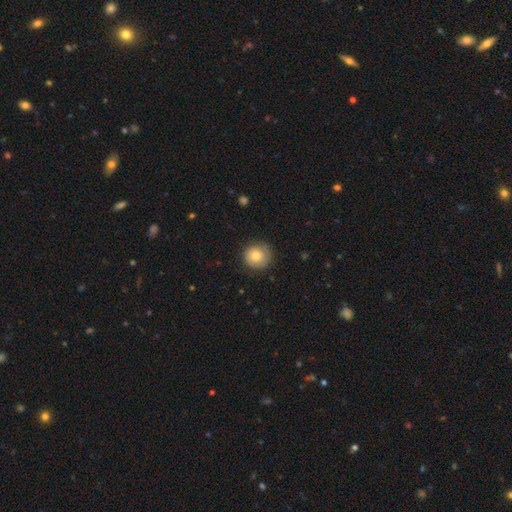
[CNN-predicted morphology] Smooth or featured: smooth — 74% (featured or disk — 18%)
How rounded: round — 92% (in between — 7%)
Merging: none — 78% (minor disturbance — 16%)